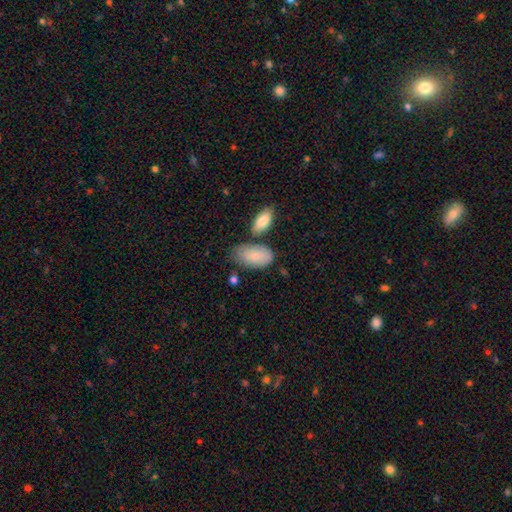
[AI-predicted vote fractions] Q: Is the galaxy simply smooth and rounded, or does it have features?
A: smooth — 82%.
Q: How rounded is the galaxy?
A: in between — 94%.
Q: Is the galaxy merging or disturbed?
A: none — 57%.